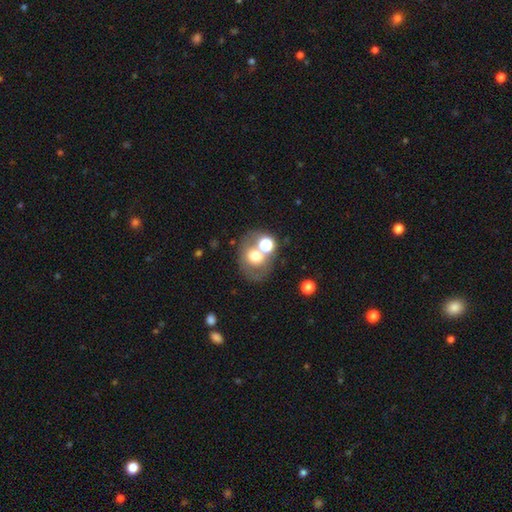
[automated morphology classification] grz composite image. It shows a smooth galaxy with no disk features (58%) that is round (64%). Merging: none (49%).